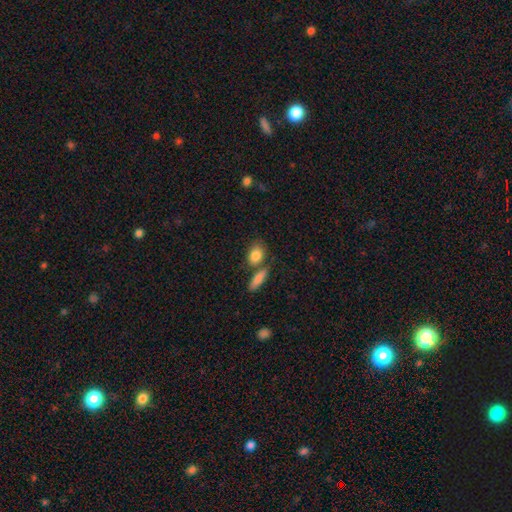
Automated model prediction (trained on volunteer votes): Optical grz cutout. It shows a smooth galaxy with no disk features (86%) that is in between round and cigar-shaped (70%). Merging: none (60%).